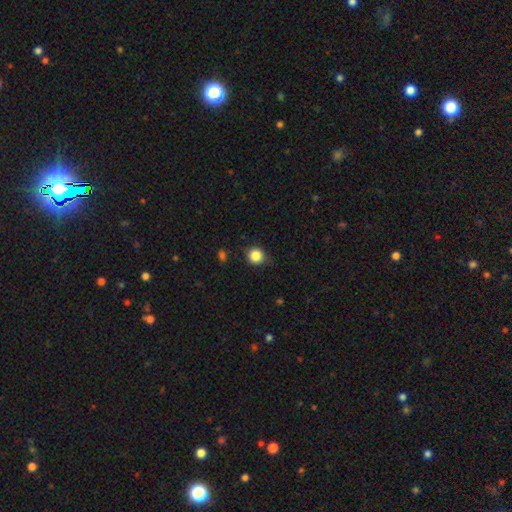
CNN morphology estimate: smooth_or_featured: smooth (p=0.86) [alt: star or artifact p=0.10]
how_rounded: round (p=0.88) [alt: in between p=0.11]
merging: none (p=0.82) [alt: minor disturbance p=0.14]